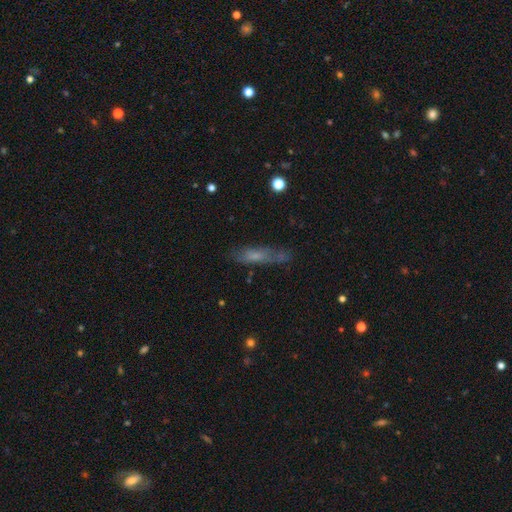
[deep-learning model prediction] Smooth or featured? smooth (55%)
How rounded? cigar-shaped (72%)
Merging? none (61%)